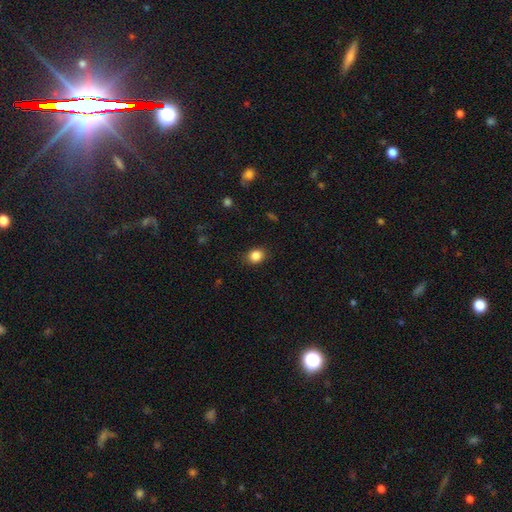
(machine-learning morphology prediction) A smooth galaxy with no disk features (85%) that is round (58%).

Vote fractions:
- Smooth or featured? smooth: 85% / star or artifact: 10% / featured or disk: 4%
- How rounded? round: 58% / in between: 41% / cigar-shaped: 1%
- Merging? none: 86% / minor disturbance: 10% / major disturbance: 3% / merger: 1%